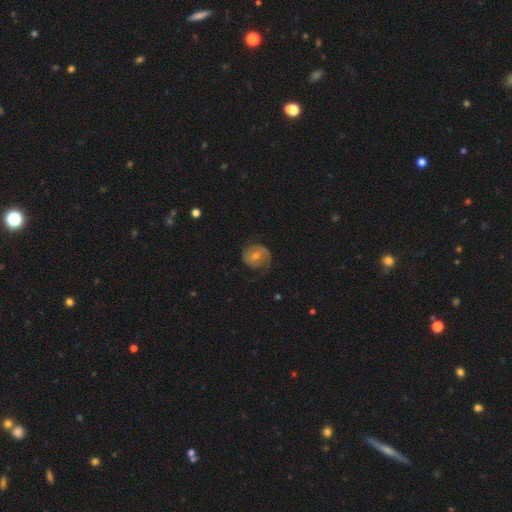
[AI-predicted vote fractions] Morphology: type=featured or disk (63%); edge-on=no (97%); bar=no (51%); spiral arms=yes (83%); winding=tight (50%); arm count=2 (55%); bulge=moderate (52%); merging=none (70%).